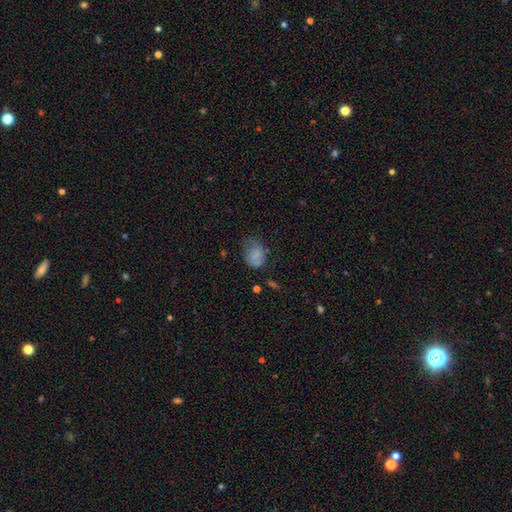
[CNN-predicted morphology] Overall: smooth (76%). How rounded: in between (68%; round 31%). Merging: none (45%; minor disturbance 36%).